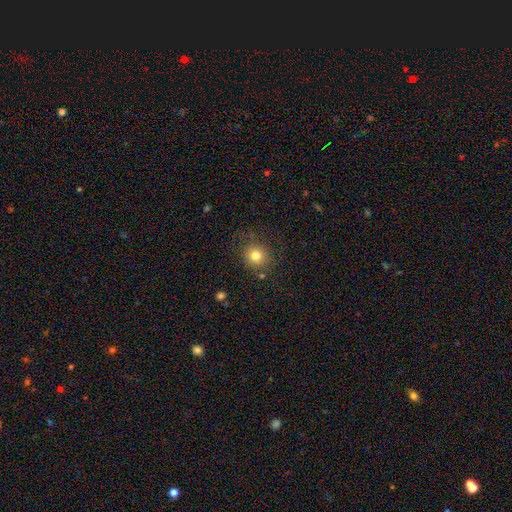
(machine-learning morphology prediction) This appears to be a smooth galaxy with no disk features (80%) that is round (88%). Merging: none (84%).